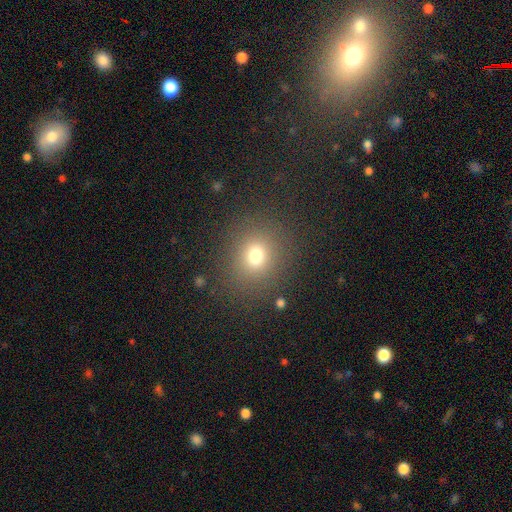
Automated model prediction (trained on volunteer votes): Overall: smooth (73%). How rounded: round (80%). Merging: none (85%).